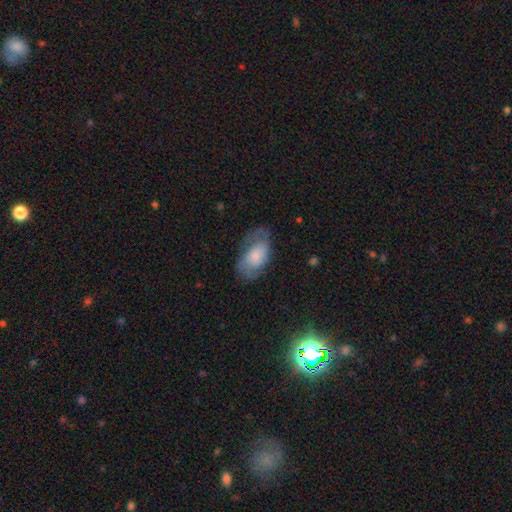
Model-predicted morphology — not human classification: smooth_or_featured: smooth (p=0.50) [alt: featured or disk p=0.43]
merging: none (p=0.57) [alt: minor disturbance p=0.26]